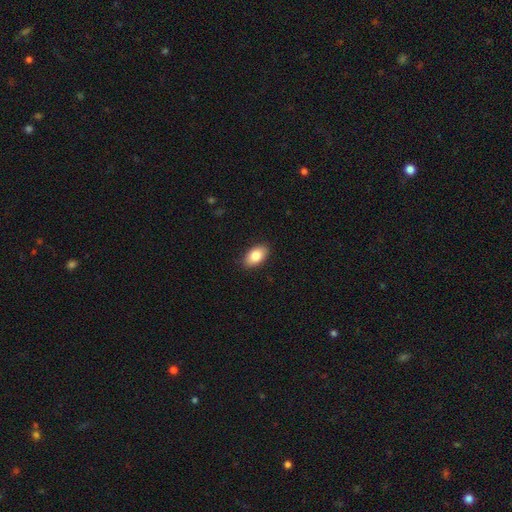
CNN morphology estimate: Smooth or featured: smooth — 84% (featured or disk — 9%)
How rounded: in between — 93% (round — 5%)
Merging: none — 89% (minor disturbance — 9%)